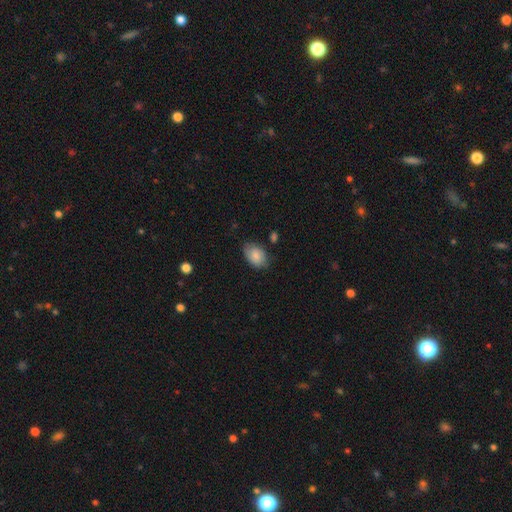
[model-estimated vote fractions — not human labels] Morphology: type=smooth (76%); roundness=in between (87%); merging=none (70%).